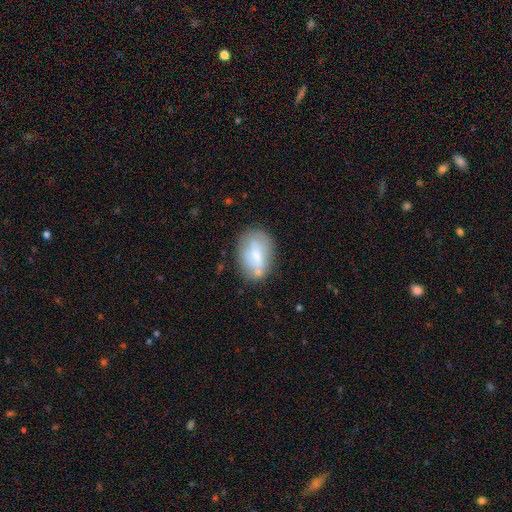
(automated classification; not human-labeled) Q: Smooth or featured?
A: smooth (57%); runner-up: featured or disk (35%)
Q: How rounded?
A: in between (78%); runner-up: round (20%)
Q: Merging?
A: none (67%); runner-up: minor disturbance (20%)